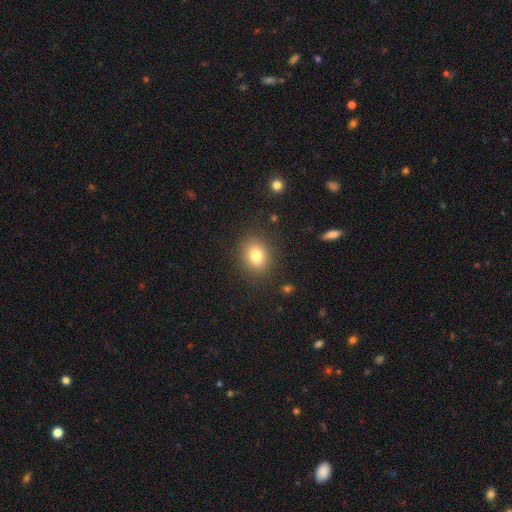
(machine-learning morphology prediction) A smooth galaxy with no disk features (80%) that is round (61%).

Vote fractions:
- Smooth or featured? smooth: 80% / star or artifact: 11% / featured or disk: 9%
- How rounded? round: 61% / in between: 38% / cigar-shaped: 1%
- Merging? none: 87% / minor disturbance: 8% / major disturbance: 3% / merger: 1%